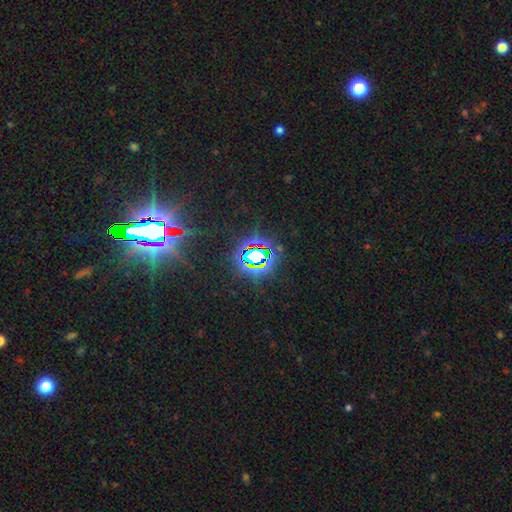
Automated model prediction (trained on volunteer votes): Smooth or featured? star or artifact (80%)